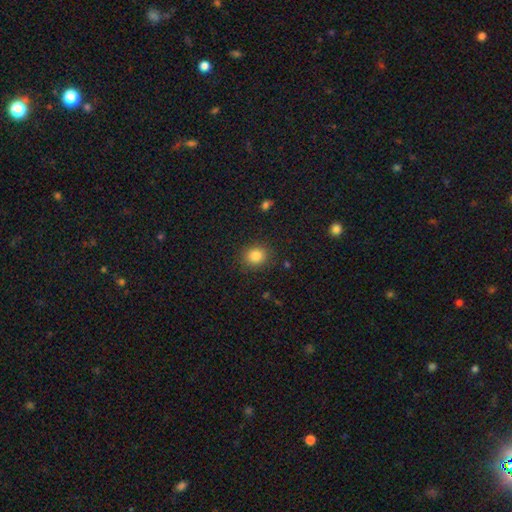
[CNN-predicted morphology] type=smooth (84%); roundness=round (73%); merging=none (87%).